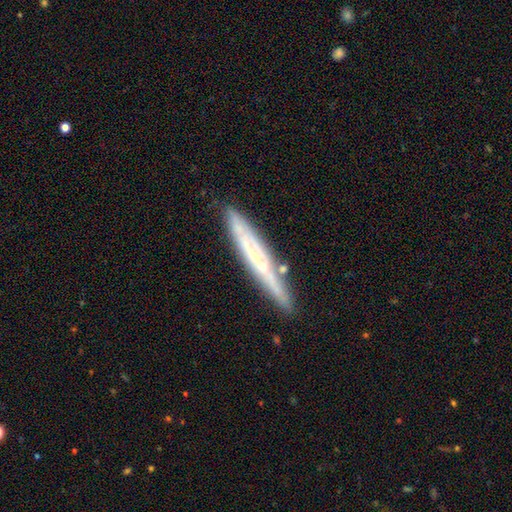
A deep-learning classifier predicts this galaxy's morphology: Smooth or featured: featured or disk — 60% (smooth — 33%)
Edge-on disk: yes — 89% (no — 11%)
Edge-on bulge: none — 65% (rounded — 28%)
Merging: none — 82% (minor disturbance — 13%)